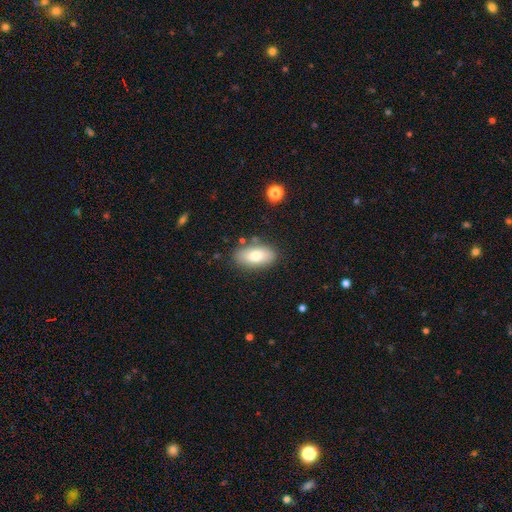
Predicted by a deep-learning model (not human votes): This appears to be a smooth galaxy with no disk features (77%) that is in between round and cigar-shaped (91%). Merging: none (81%).